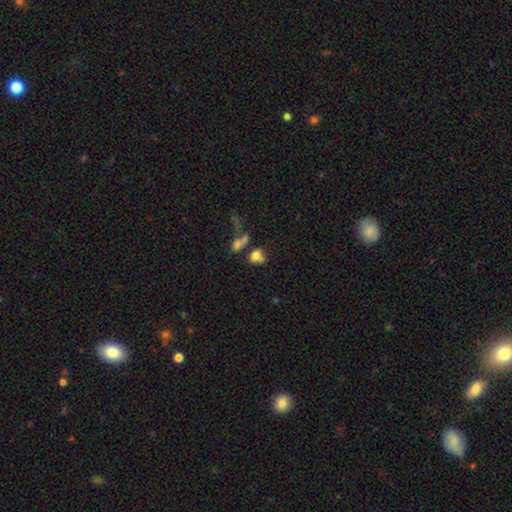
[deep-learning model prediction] Smooth or featured: smooth — 69% (featured or disk — 17%)
How rounded: in between — 65% (round — 33%)
Merging: merger — 48% (none — 29%)